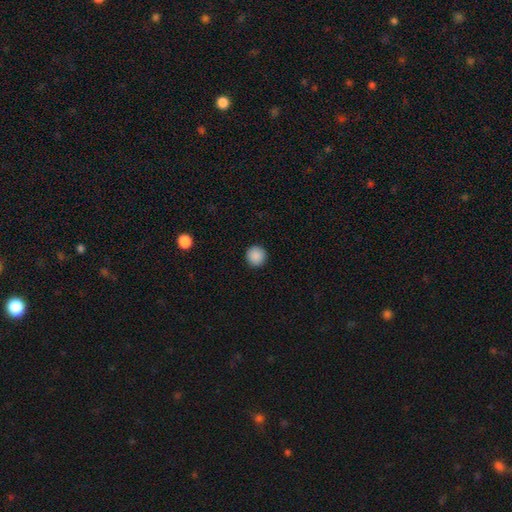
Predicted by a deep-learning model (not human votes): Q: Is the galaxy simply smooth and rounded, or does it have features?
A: smooth — 89%.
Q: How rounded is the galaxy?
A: round — 96%.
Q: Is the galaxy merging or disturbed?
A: none — 93%.